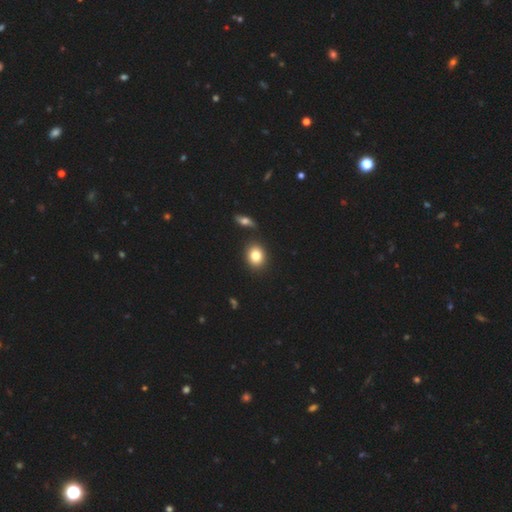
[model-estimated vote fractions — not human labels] A smooth galaxy with no disk features (82%) that is round (56%).

Vote fractions:
- Smooth or featured? smooth: 82% / star or artifact: 9% / featured or disk: 9%
- How rounded? round: 56% / in between: 43% / cigar-shaped: 1%
- Merging? none: 83% / minor disturbance: 8% / merger: 7% / major disturbance: 2%